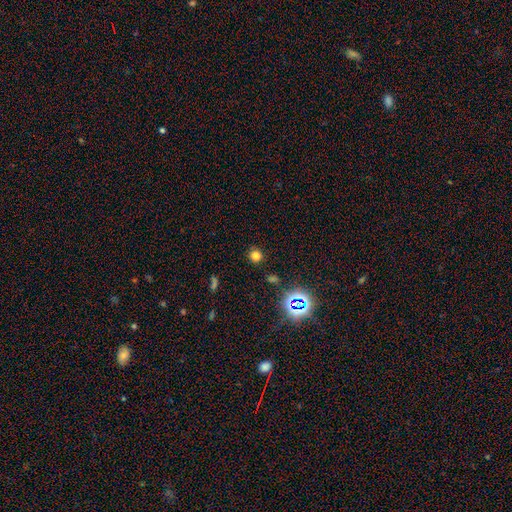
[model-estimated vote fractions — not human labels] A smooth galaxy with no disk features (74%) that is round (89%).

Vote fractions:
- Smooth or featured? smooth: 74% / star or artifact: 21% / featured or disk: 6%
- How rounded? round: 89% / in between: 10% / cigar-shaped: 1%
- Merging? none: 88% / minor disturbance: 7% / major disturbance: 3% / merger: 2%